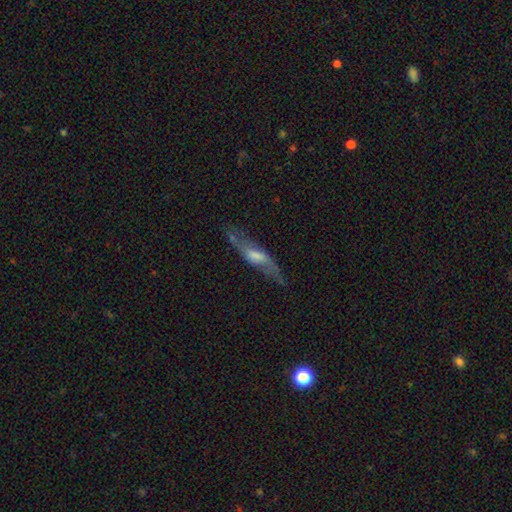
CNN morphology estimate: The model was most divided on "edge-on disk": no: 58%, yes: 42%. More confident: smooth or featured — featured or disk (61%); merging — none (61%).